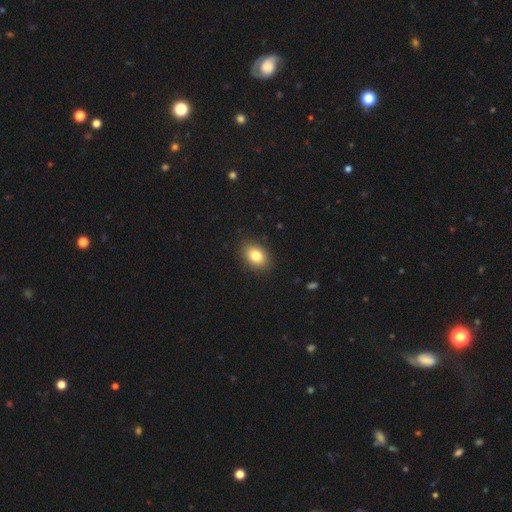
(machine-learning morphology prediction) Smooth or featured? smooth (82%)
How rounded? in between (75%)
Merging? none (88%)